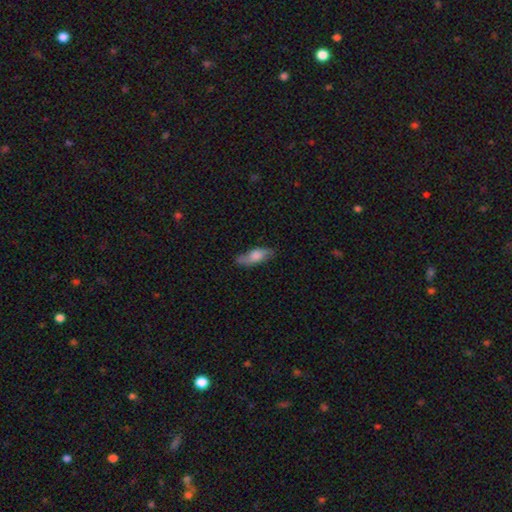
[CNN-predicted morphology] A smooth galaxy with no disk features (69%) that is in between round and cigar-shaped (64%). Merging: none (71%).